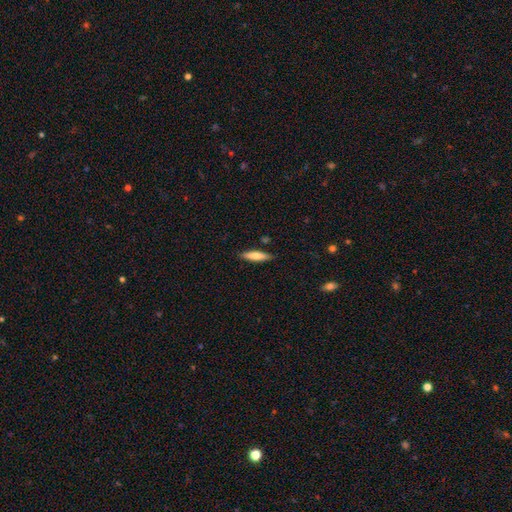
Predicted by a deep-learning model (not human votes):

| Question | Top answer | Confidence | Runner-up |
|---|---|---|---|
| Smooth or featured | smooth | 71% | featured or disk (23%) |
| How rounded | cigar-shaped | 75% | in between (24%) |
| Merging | none | 86% | minor disturbance (10%) |